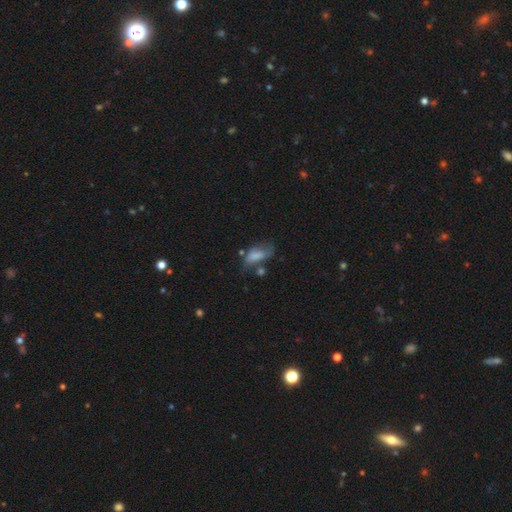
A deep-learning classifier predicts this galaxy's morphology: Smooth or featured: smooth — 67% (featured or disk — 22%)
How rounded: in between — 82% (cigar-shaped — 13%)
Merging: none — 35% (minor disturbance — 29%)